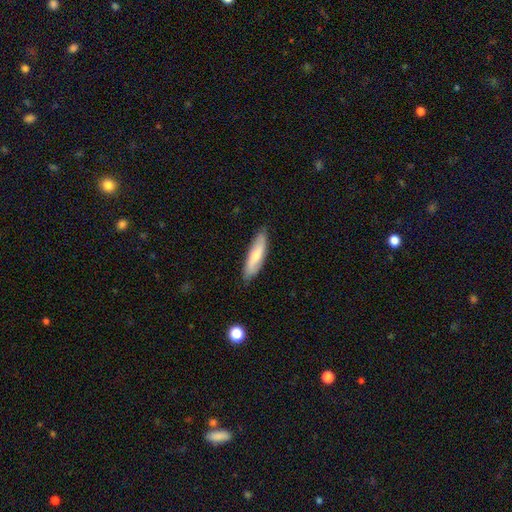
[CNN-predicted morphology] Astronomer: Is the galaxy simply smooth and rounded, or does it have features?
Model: smooth — 67%.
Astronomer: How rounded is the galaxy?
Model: cigar-shaped — 65%.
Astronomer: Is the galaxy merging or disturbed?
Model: none — 85%.